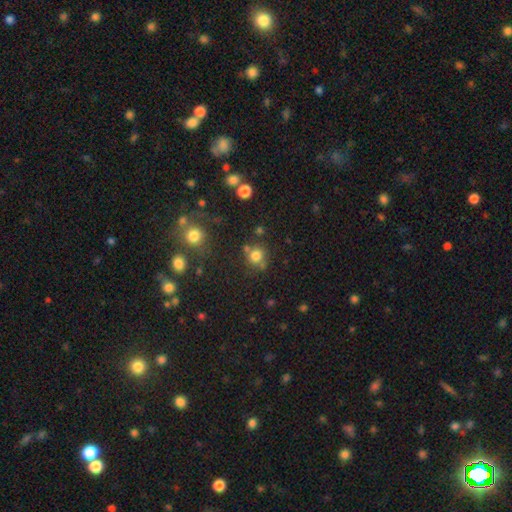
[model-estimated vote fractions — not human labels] Smooth or featured: smooth — 77% (star or artifact — 15%)
How rounded: round — 89% (in between — 10%)
Merging: none — 69% (merger — 15%)